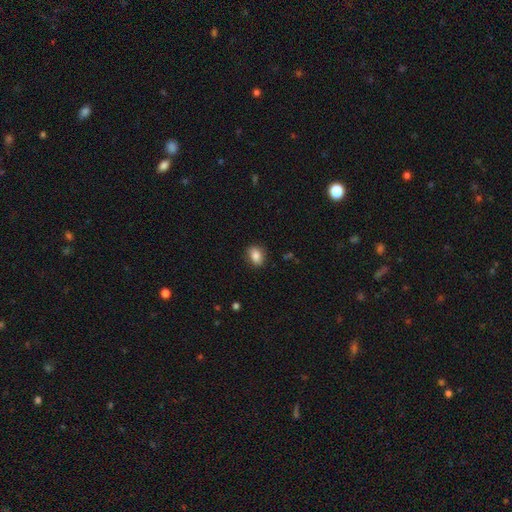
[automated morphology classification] A smooth galaxy with no disk features (84%) that is in between round and cigar-shaped (64%).

Vote fractions:
- Smooth or featured? smooth: 84% / star or artifact: 9% / featured or disk: 7%
- How rounded? in between: 64% / round: 34% / cigar-shaped: 2%
- Merging? none: 86% / minor disturbance: 11% / major disturbance: 2% / merger: 1%